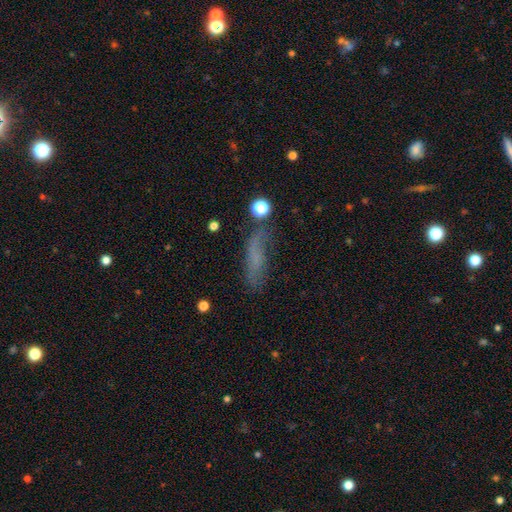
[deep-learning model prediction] smooth_or_featured: smooth (p=0.56) [alt: featured or disk p=0.27]
how_rounded: cigar-shaped (p=0.58) [alt: in between p=0.37]
merging: none (p=0.56) [alt: minor disturbance p=0.24]